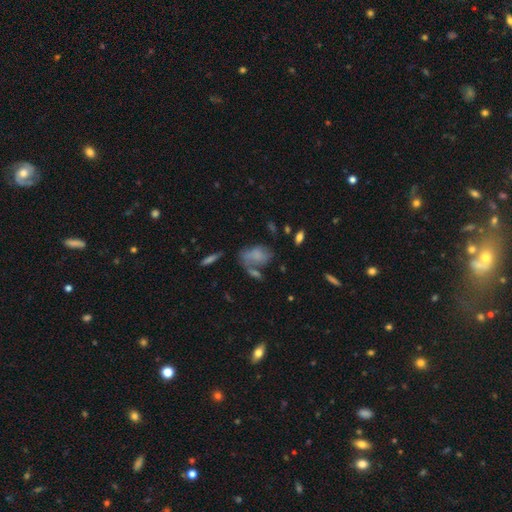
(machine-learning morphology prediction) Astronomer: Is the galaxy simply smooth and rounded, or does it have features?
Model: smooth — 58%.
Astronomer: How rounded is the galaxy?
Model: in between — 79%.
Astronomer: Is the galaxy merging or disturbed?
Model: none — 33% (runner-up: major disturbance, 25%).